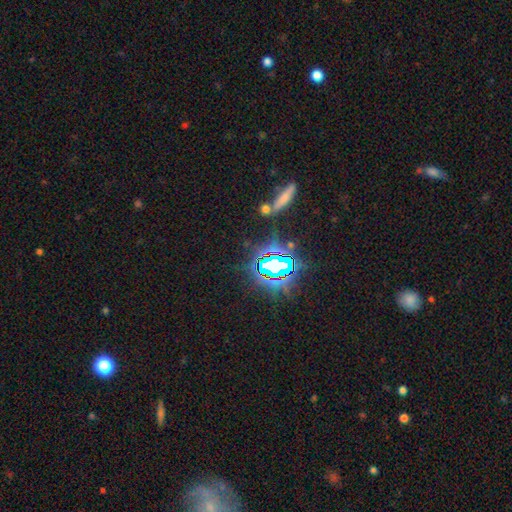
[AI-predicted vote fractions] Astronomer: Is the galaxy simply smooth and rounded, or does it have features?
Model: star or artifact — 78%.